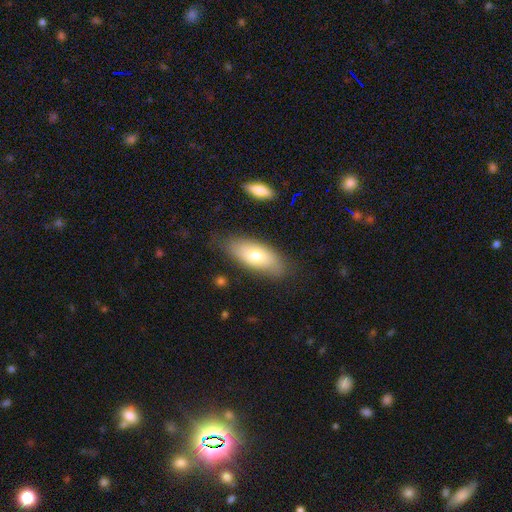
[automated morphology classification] A smooth galaxy with no disk features (70%) that is in between round and cigar-shaped (84%).

Vote fractions:
- Smooth or featured? smooth: 70% / featured or disk: 23% / star or artifact: 7%
- How rounded? in between: 84% / cigar-shaped: 13% / round: 3%
- Merging? none: 76% / minor disturbance: 17% / major disturbance: 5% / merger: 2%